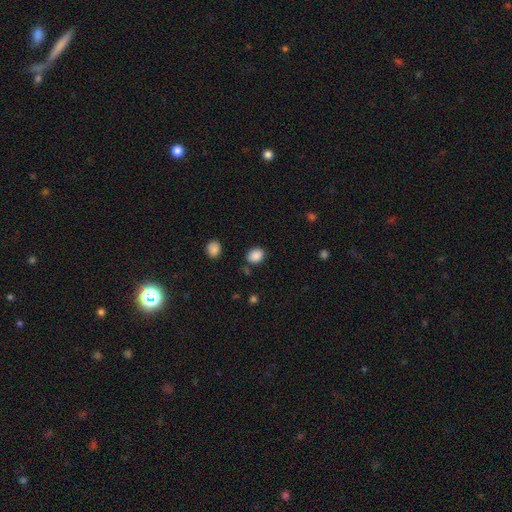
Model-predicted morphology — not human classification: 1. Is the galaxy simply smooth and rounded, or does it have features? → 87% smooth, 10% star or artifact, 3% featured or disk.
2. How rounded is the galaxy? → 53% round, 46% in between, 1% cigar-shaped.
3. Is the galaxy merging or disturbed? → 79% none, 13% minor disturbance, 4% merger, 4% major disturbance.